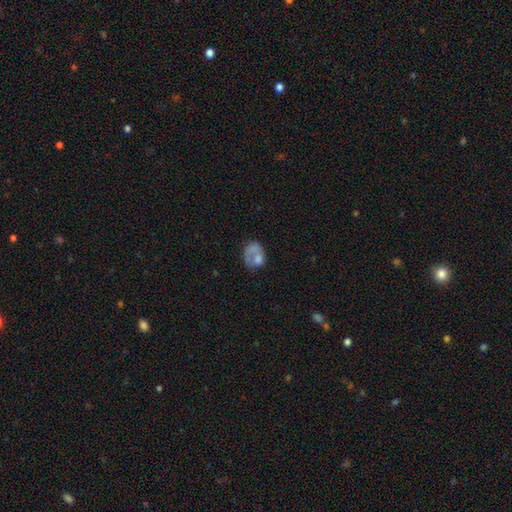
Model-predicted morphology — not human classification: smooth_or_featured: smooth (p=0.58) [alt: featured or disk p=0.32]
how_rounded: in between (p=0.55) [alt: round p=0.44]
merging: none (p=0.33) [alt: major disturbance p=0.27]